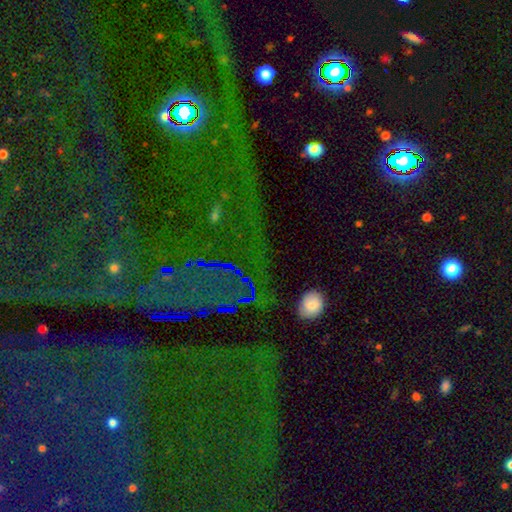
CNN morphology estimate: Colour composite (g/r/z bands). It shows a star or artifact, not a galaxy (77%).